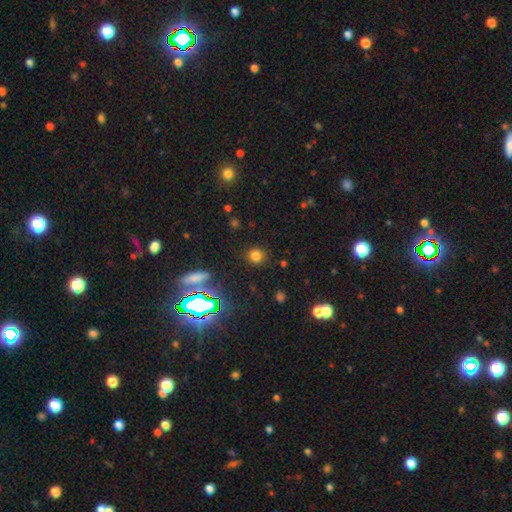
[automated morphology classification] This appears to be a smooth galaxy with no disk features (74%) that is round (90%). Merging: none (88%).